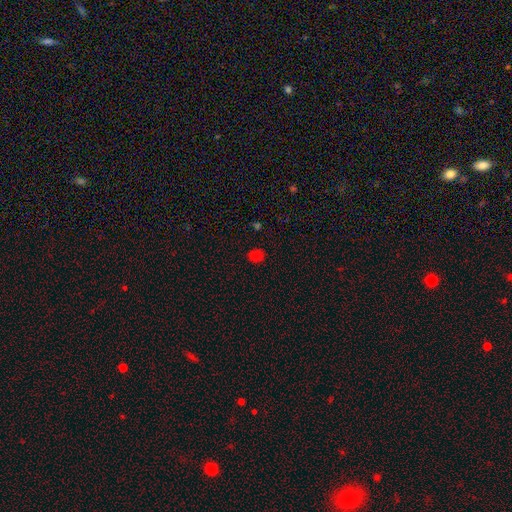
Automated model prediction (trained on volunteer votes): Morphology: type=smooth (73%); roundness=round (62%); merging=none (84%).